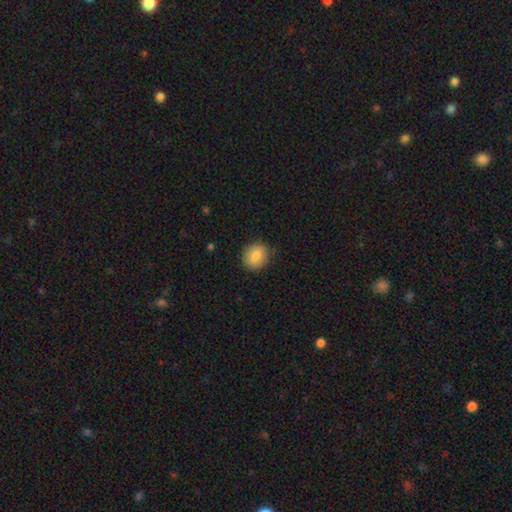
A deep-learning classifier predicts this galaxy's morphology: This appears to be a smooth galaxy with no disk features (84%) that is round (72%). Merging: none (85%).